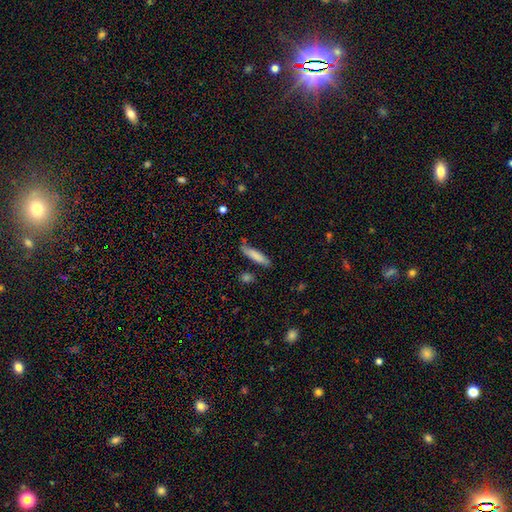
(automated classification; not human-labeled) The model was most divided on "merging": none: 74%, minor disturbance: 17%, merger: 5%, major disturbance: 4%. More confident: smooth or featured — smooth (81%); how rounded — cigar-shaped (81%).